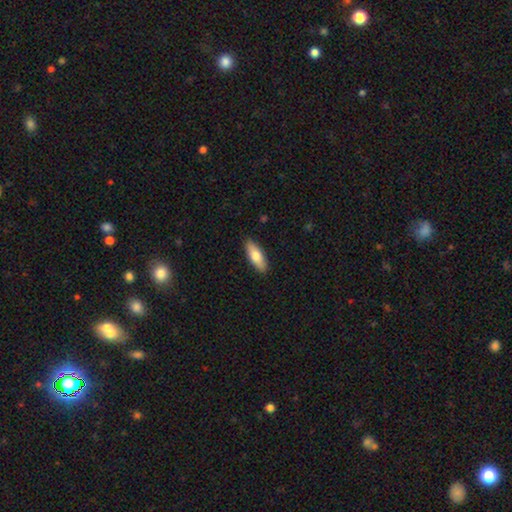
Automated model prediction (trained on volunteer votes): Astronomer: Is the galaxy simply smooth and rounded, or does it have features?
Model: smooth — 71%.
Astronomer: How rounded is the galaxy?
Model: in between — 62%.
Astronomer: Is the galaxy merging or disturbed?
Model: none — 90%.